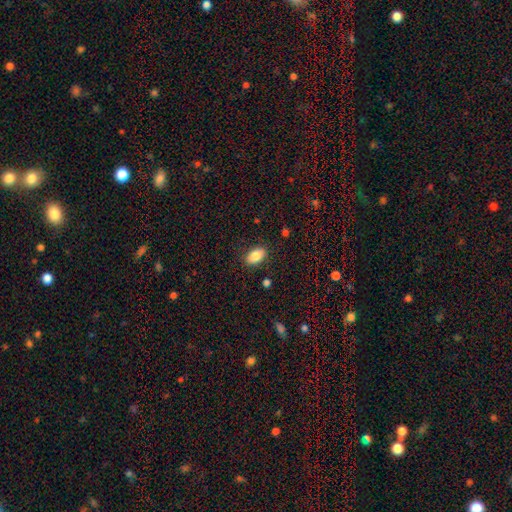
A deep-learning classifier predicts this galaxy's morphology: Smooth or featured? Predicted: smooth (p=0.84). How rounded? Predicted: in between (p=0.91). Merging? Predicted: none (p=0.86).